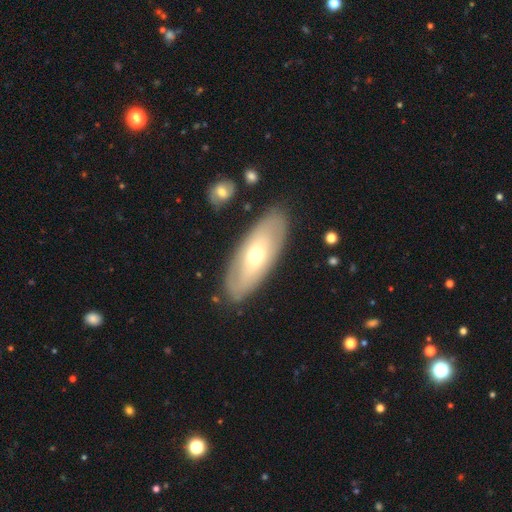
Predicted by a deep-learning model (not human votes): Smooth or featured? Predicted: featured or disk (p=0.48). Merging? Predicted: none (p=0.84).